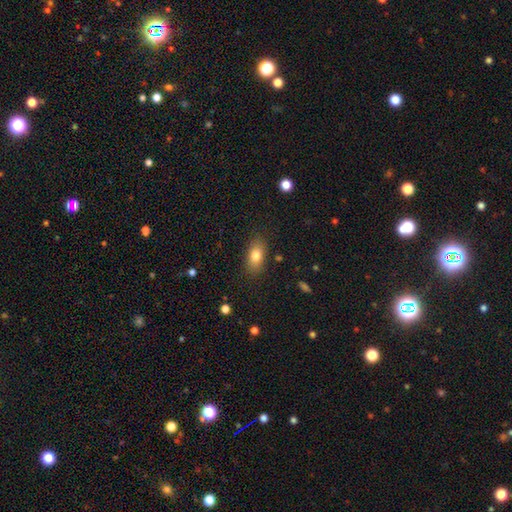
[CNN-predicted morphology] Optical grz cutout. It shows a smooth galaxy with no disk features (80%) that is in between round and cigar-shaped (87%). Merging: none (85%).